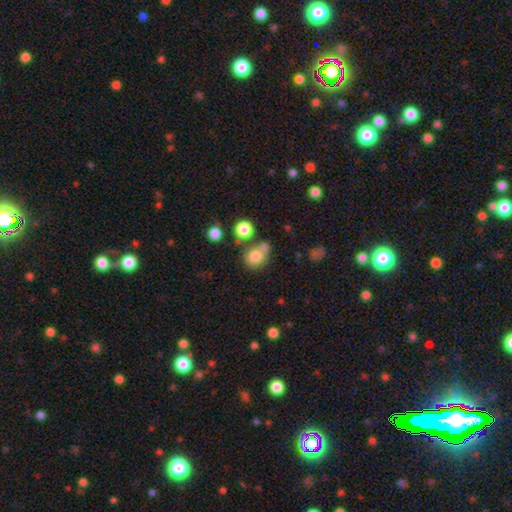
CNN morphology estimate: This is likely a smooth galaxy (78%). How rounded: likely round (73%). Merging: possibly none (50%).